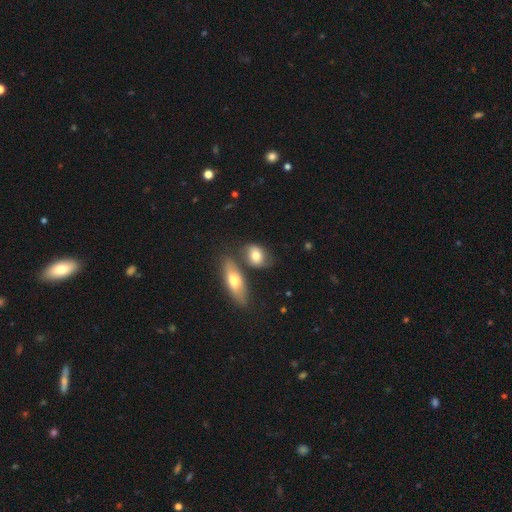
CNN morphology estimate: smooth-or-featured: smooth: 72% | featured or disk: 21% | star or artifact: 7%
  how-rounded: in between: 70% | round: 25% | cigar-shaped: 4%
  merging: none: 58% | merger: 21% | minor disturbance: 16% | major disturbance: 5%